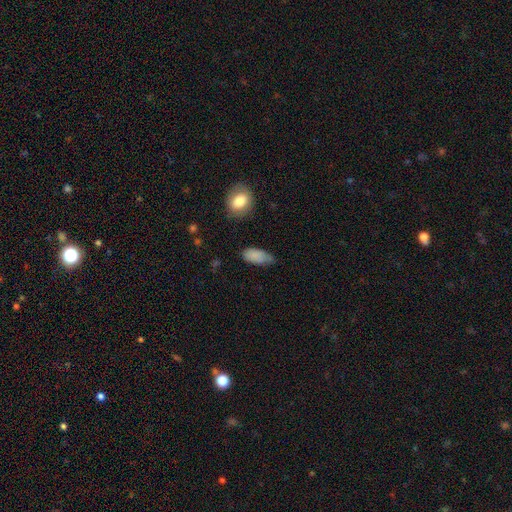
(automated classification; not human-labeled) Q: Smooth or featured?
A: smooth (84%); runner-up: featured or disk (9%)
Q: How rounded?
A: in between (89%); runner-up: cigar-shaped (7%)
Q: Merging?
A: none (47%); runner-up: minor disturbance (41%)